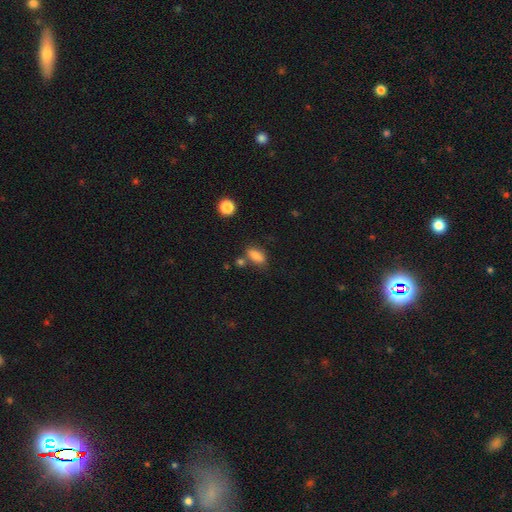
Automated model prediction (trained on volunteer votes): smooth_or_featured: smooth (p=0.81) [alt: star or artifact p=0.10]
how_rounded: in between (p=0.86) [alt: round p=0.08]
merging: none (p=0.65) [alt: minor disturbance p=0.17]